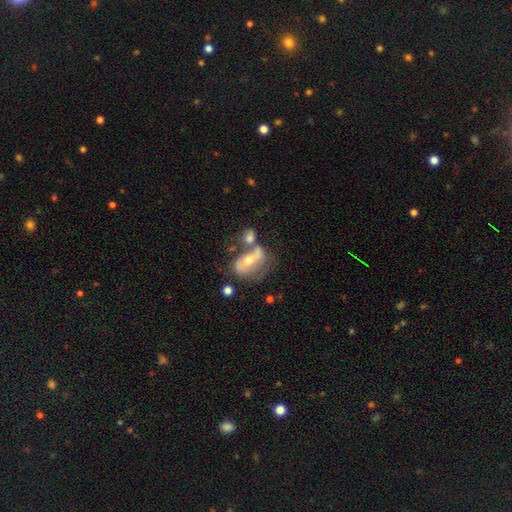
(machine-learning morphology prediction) This is likely a featured or disk galaxy (63%). It is clearly not viewed edge-on (92%). Bar: marginally no (42%). Spiral arm pattern: possibly yes (54%). Central bulge: likely moderate (70%). Merging: marginally merger (39%).